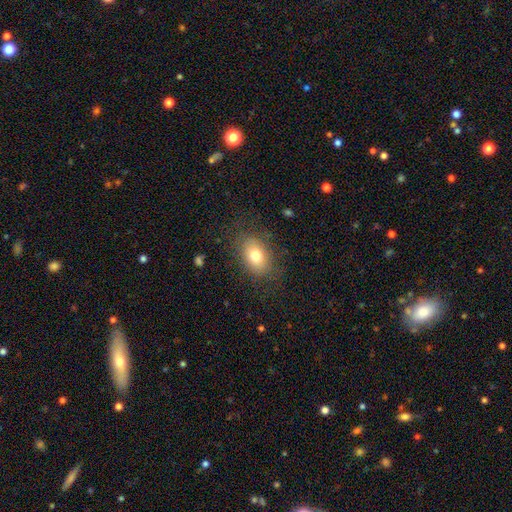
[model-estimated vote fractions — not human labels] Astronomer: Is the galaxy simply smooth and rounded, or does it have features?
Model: smooth — 76%.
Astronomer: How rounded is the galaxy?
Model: in between — 79%.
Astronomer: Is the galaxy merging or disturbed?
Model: none — 80%.